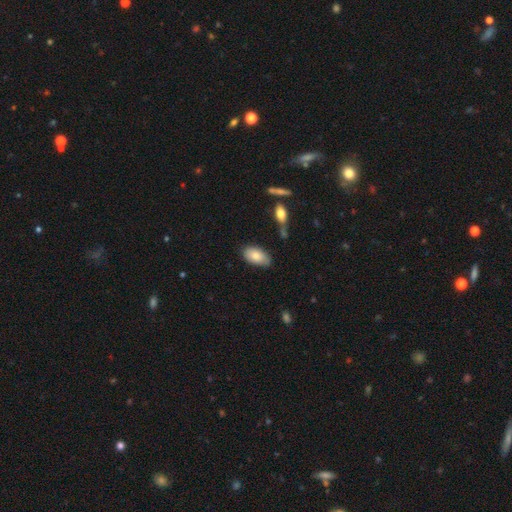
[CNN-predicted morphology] smooth-or-featured: smooth: 82% | featured or disk: 11% | star or artifact: 7%
  how-rounded: in between: 94% | round: 3% | cigar-shaped: 3%
  merging: none: 75% | minor disturbance: 18% | major disturbance: 4% | merger: 3%